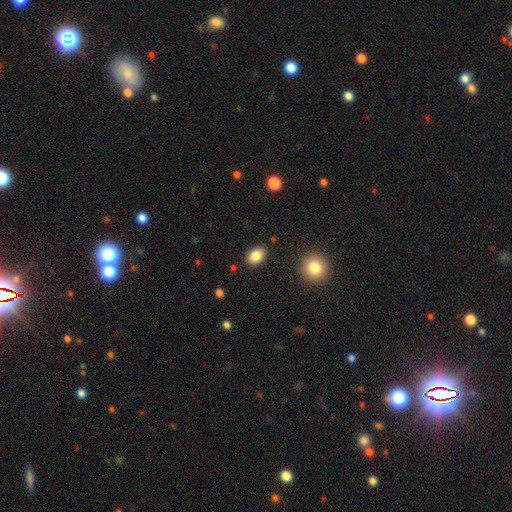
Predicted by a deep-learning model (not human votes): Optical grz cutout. It shows a smooth galaxy with no disk features (86%) that is in between round and cigar-shaped (81%). Merging: none (87%).